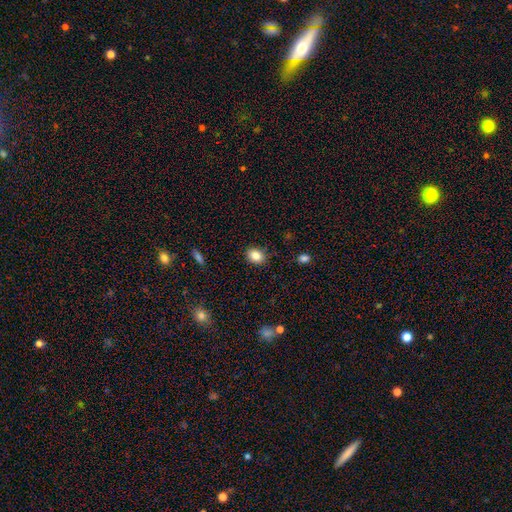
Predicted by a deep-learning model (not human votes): Morphology: type=smooth (85%); roundness=in between (63%); merging=none (86%).